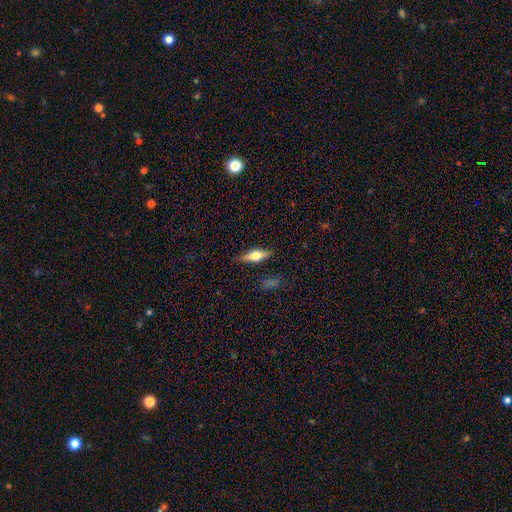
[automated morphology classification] Overall: smooth (58%; featured or disk 35%). How rounded: in between (51%; cigar-shaped 46%). Merging: none (82%).